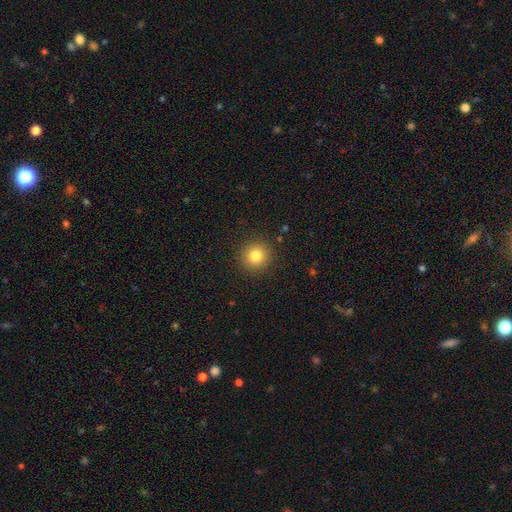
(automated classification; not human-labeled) Smooth or featured? Predicted: smooth (p=0.81). How rounded? Predicted: round (p=0.93). Merging? Predicted: none (p=0.91).